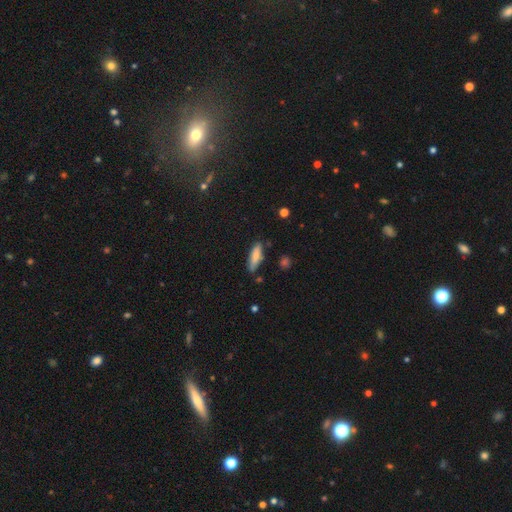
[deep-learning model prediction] Morphology: type=smooth (78%); roundness=cigar-shaped (55%); merging=none (77%).